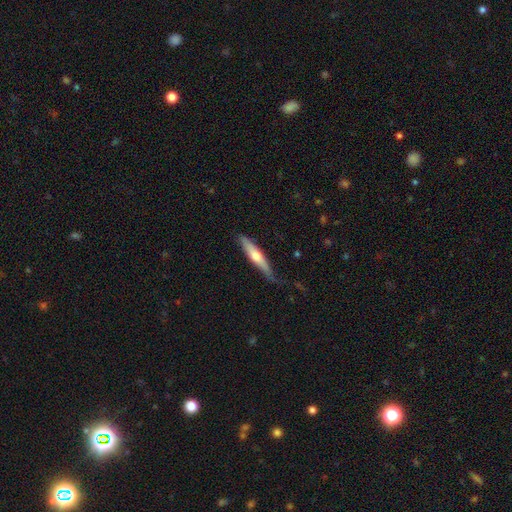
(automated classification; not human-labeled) Smooth or featured? smooth (51%)
How rounded? cigar-shaped (87%)
Merging? none (67%)